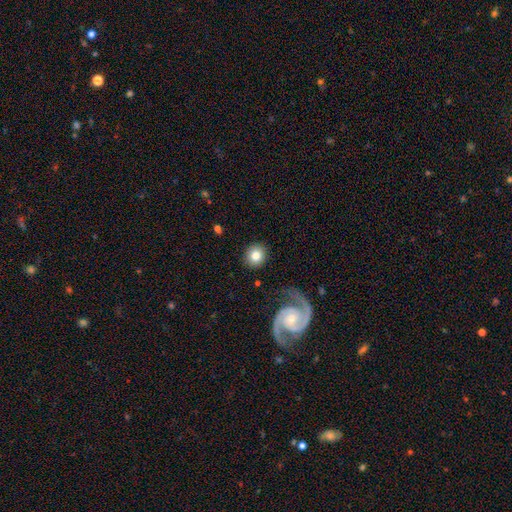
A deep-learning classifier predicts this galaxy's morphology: smooth_or_featured: smooth (p=0.78) [alt: featured or disk p=0.14]
how_rounded: round (p=0.86) [alt: in between p=0.13]
merging: none (p=0.88) [alt: minor disturbance p=0.07]